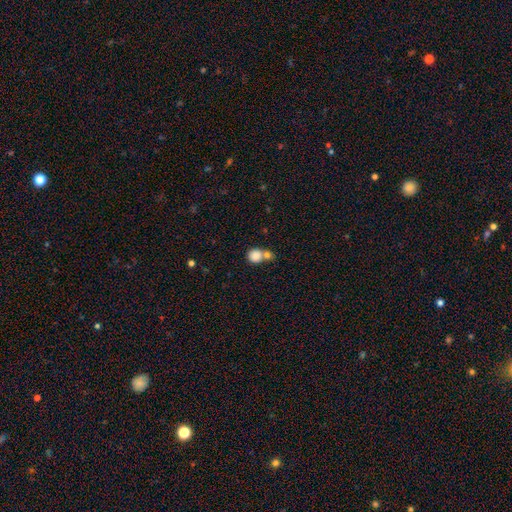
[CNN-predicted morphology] A smooth galaxy with no disk features (84%) that is round (83%).

Vote fractions:
- Smooth or featured? smooth: 84% / star or artifact: 9% / featured or disk: 7%
- How rounded? round: 83% / in between: 16% / cigar-shaped: 1%
- Merging? merger: 48% / none: 41% / minor disturbance: 8% / major disturbance: 4%